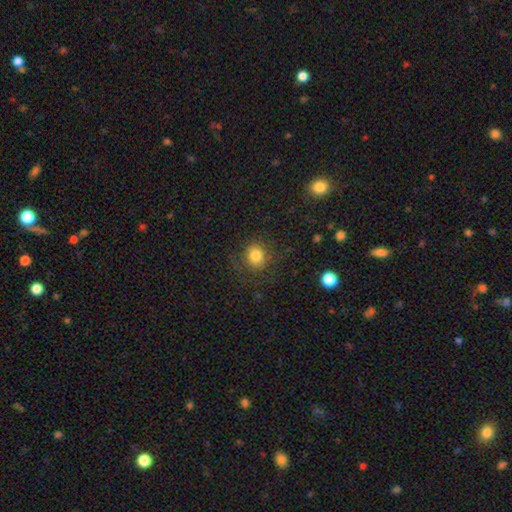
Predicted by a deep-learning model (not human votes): Smooth or featured?
  - smooth: 80% *
  - star or artifact: 13%
  - featured or disk: 7%
How rounded?
  - round: 81% *
  - in between: 18%
  - cigar-shaped: 1%
Merging?
  - none: 81% *
  - minor disturbance: 12%
  - major disturbance: 6%
  - merger: 1%